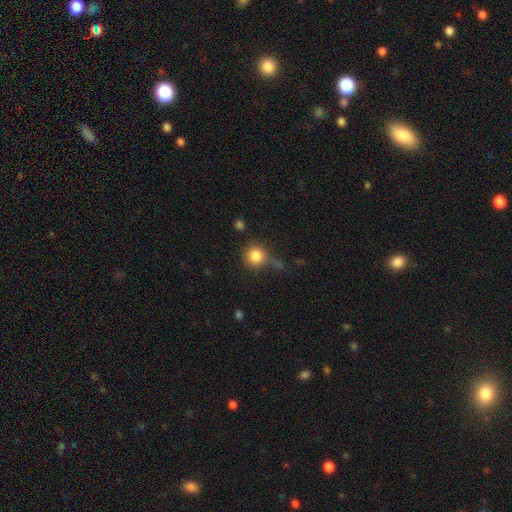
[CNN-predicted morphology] This appears to be a smooth galaxy with no disk features (84%) that is round (92%). Merging: none (71%).